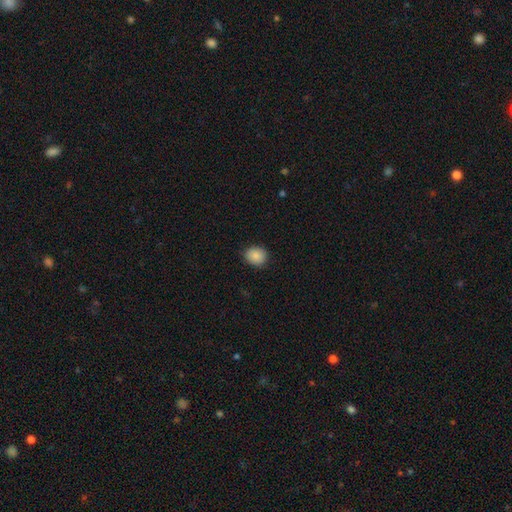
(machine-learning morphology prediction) Overall: smooth (87%). How rounded: round (69%; in between 30%). Merging: none (86%).